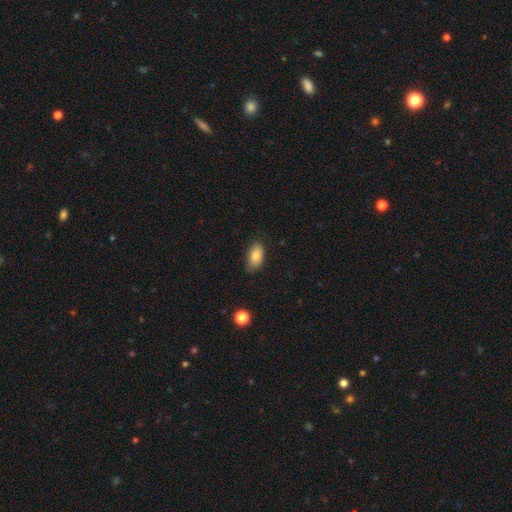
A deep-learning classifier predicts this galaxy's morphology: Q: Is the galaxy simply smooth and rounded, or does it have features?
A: smooth — 84%.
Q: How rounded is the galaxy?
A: in between — 91%.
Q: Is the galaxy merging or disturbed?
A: none — 77%.